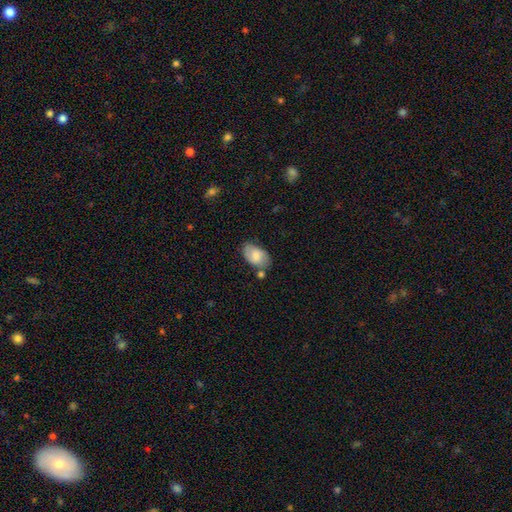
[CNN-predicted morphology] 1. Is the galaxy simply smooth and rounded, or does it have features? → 73% smooth, 20% featured or disk, 7% star or artifact.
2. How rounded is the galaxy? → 92% in between, 6% round, 1% cigar-shaped.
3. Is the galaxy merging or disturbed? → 63% none, 22% minor disturbance, 10% merger, 5% major disturbance.